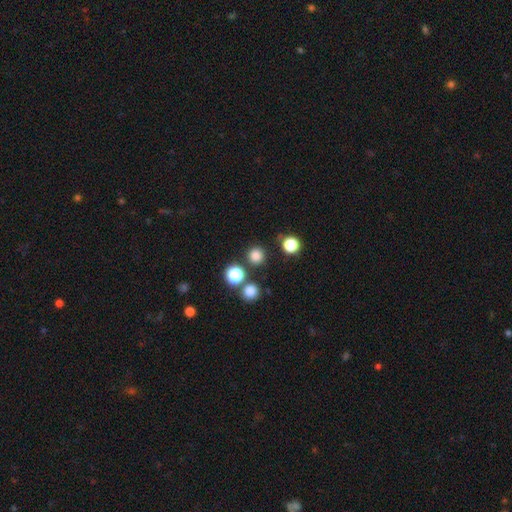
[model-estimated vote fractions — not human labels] Smooth or featured? smooth (79%)
How rounded? round (94%)
Merging? none (84%)